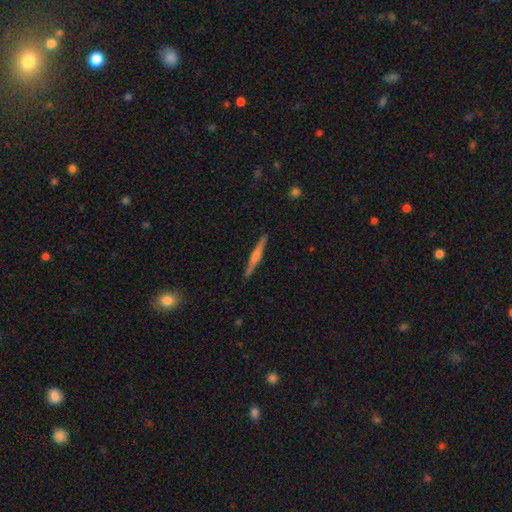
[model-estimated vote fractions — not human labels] Overall: featured or disk (65%; smooth 29%). Edge-on disk: yes (98%). Edge-on bulge: rounded (66%). Merging: none (92%).